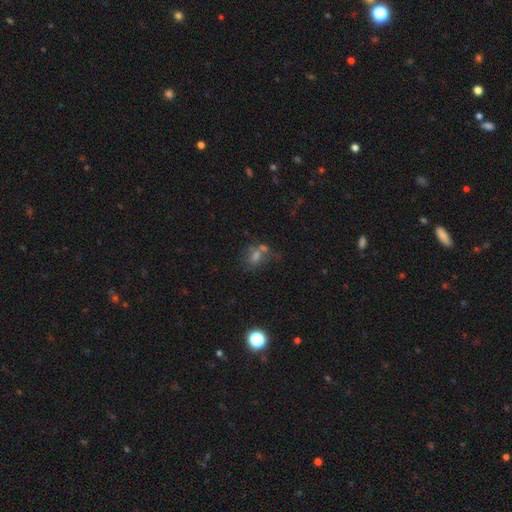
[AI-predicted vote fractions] smooth-or-featured: smooth: 46% | star or artifact: 30% | featured or disk: 24%
  merging: none: 42% | merger: 31% | minor disturbance: 15% | major disturbance: 13%